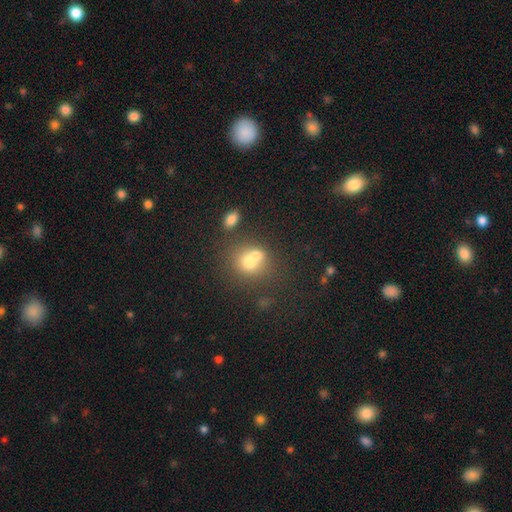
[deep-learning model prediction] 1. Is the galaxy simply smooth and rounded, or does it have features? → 68% smooth, 19% featured or disk, 13% star or artifact.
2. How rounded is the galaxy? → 72% round, 27% in between, 1% cigar-shaped.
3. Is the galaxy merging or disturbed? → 58% merger, 30% none, 8% minor disturbance, 4% major disturbance.